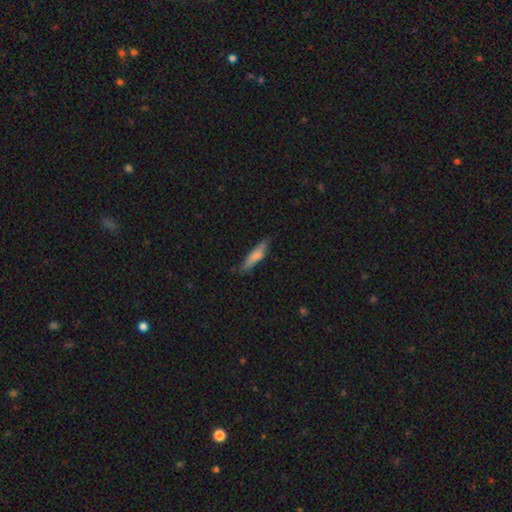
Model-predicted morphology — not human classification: The model was most divided on "smooth or featured": smooth: 68%, featured or disk: 25%, star or artifact: 6%. More confident: how rounded — cigar-shaped (81%); merging — none (78%).